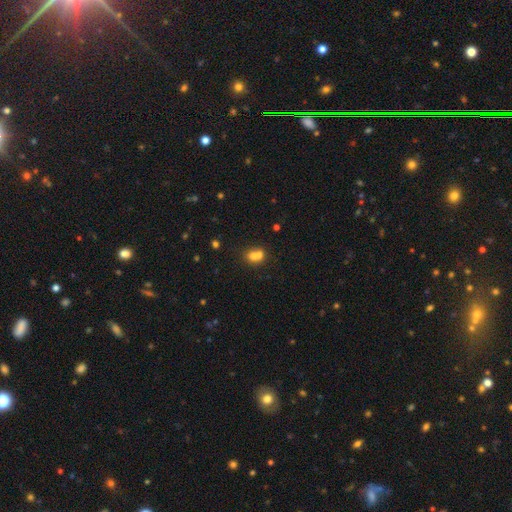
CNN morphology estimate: Smooth or featured? Predicted: smooth (p=0.69). How rounded? Predicted: round (p=0.63). Merging? Predicted: merger (p=0.62).